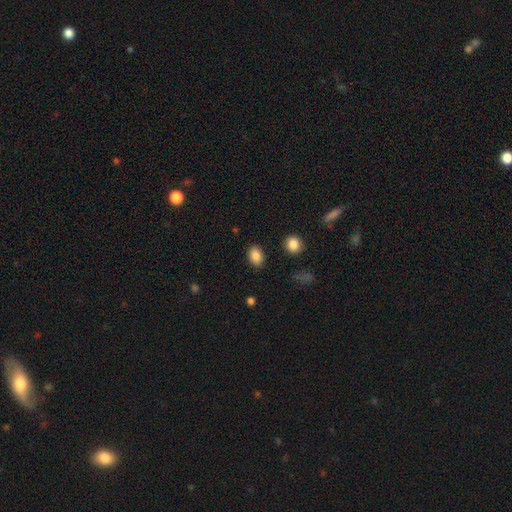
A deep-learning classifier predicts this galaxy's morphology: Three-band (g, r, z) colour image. It shows a smooth galaxy with no disk features (87%) that is in between round and cigar-shaped (77%). Merging: none (87%).